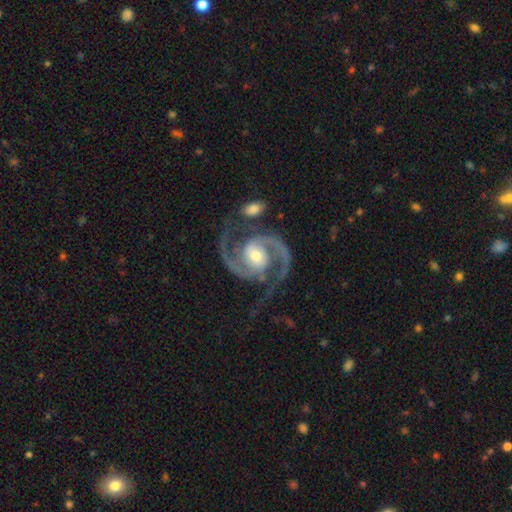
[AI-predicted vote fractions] A featured or disk galaxy (94%) with no bar (43%), 2 (94%) medium (65%) spiral arms (99%) and a moderate central bulge (58%). Merging: none (72%).